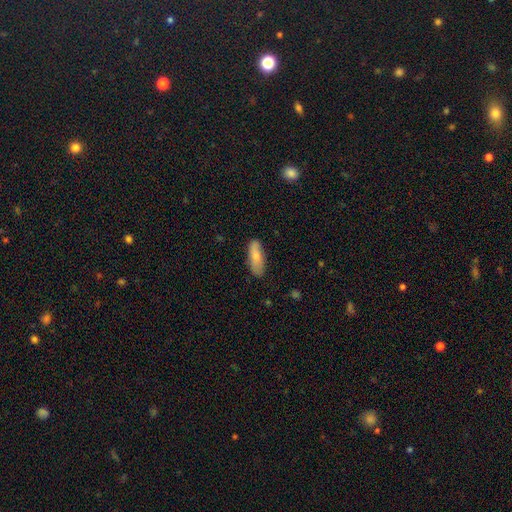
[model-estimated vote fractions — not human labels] A smooth galaxy with no disk features (79%) that is in between round and cigar-shaped (64%).

Vote fractions:
- Smooth or featured? smooth: 79% / featured or disk: 15% / star or artifact: 6%
- How rounded? in between: 64% / cigar-shaped: 34% / round: 2%
- Merging? none: 81% / minor disturbance: 15% / major disturbance: 3% / merger: 1%